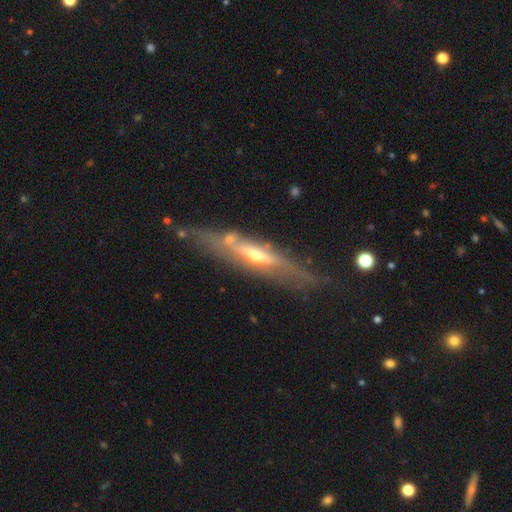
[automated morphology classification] A featured or disk galaxy (75%) viewed edge-on (77%) with a rounded central bulge (76%). Merging: none (66%).